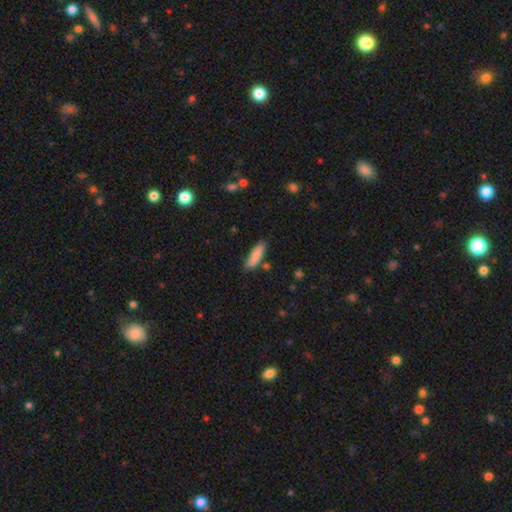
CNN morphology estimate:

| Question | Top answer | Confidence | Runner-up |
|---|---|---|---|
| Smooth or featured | smooth | 84% | featured or disk (10%) |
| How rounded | cigar-shaped | 53% | in between (46%) |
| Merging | none | 80% | minor disturbance (14%) |